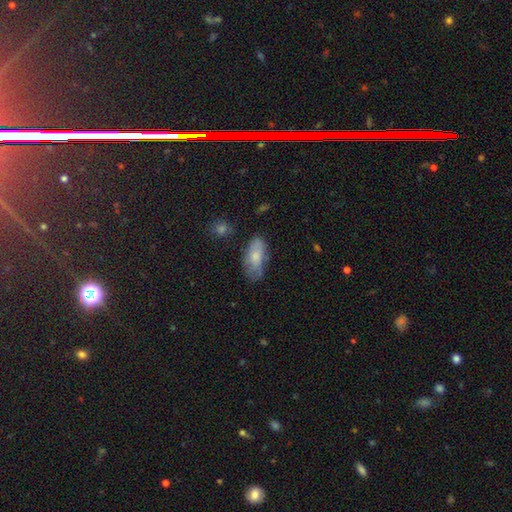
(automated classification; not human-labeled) smooth 72%, featured or disk 21%, star or artifact 7%. Down the decision tree: how rounded — in between (88%); merging — none (54%).